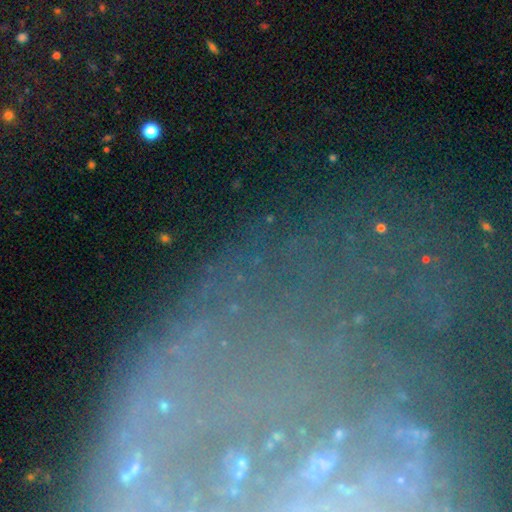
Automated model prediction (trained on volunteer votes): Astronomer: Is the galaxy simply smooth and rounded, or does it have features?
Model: star or artifact — 60%.